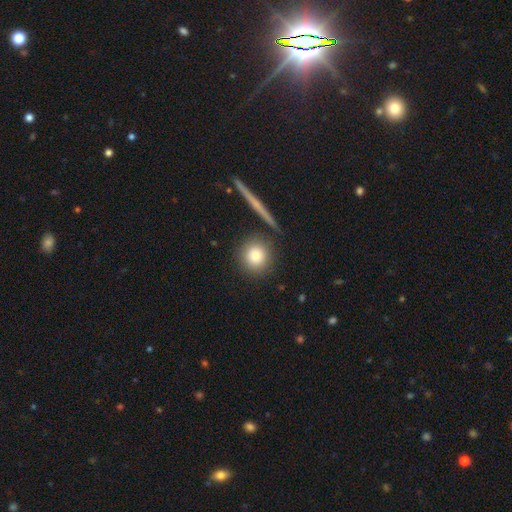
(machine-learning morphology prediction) Q: Smooth or featured?
A: smooth (80%); runner-up: featured or disk (10%)
Q: How rounded?
A: round (92%); runner-up: in between (6%)
Q: Merging?
A: none (84%); runner-up: minor disturbance (8%)